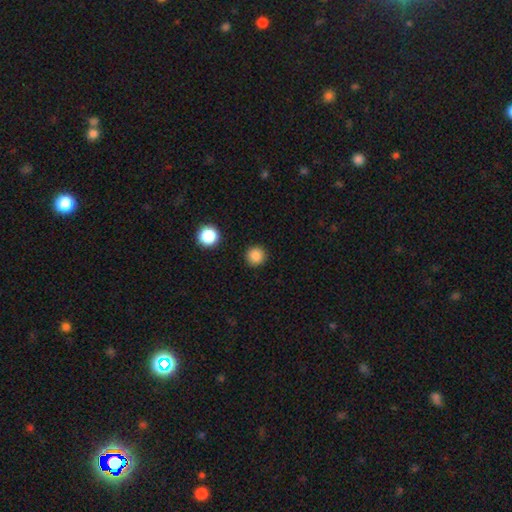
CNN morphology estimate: Q: Smooth or featured?
A: smooth (85%); runner-up: star or artifact (11%)
Q: How rounded?
A: round (95%); runner-up: in between (4%)
Q: Merging?
A: none (92%); runner-up: minor disturbance (5%)